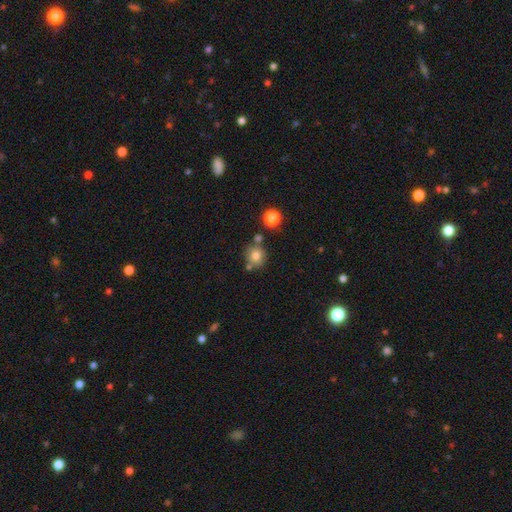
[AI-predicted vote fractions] Smooth or featured? Predicted: smooth (p=0.77). How rounded? Predicted: round (p=0.85). Merging? Predicted: none (p=0.67).